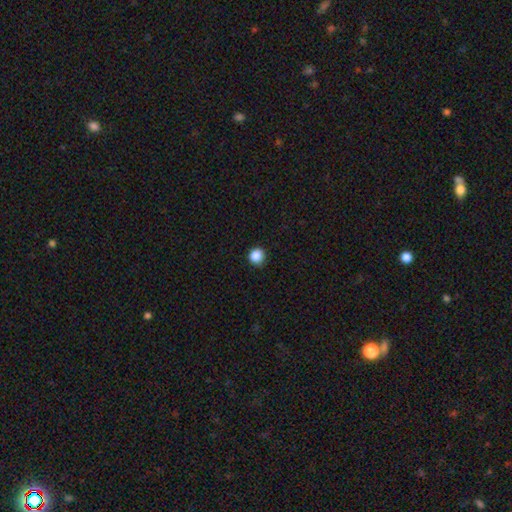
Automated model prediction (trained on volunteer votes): smooth-or-featured: smooth: 87% | star or artifact: 10% | featured or disk: 3%
  how-rounded: round: 95% | in between: 4% | cigar-shaped: 1%
  merging: none: 92% | minor disturbance: 6% | major disturbance: 2% | merger: 1%